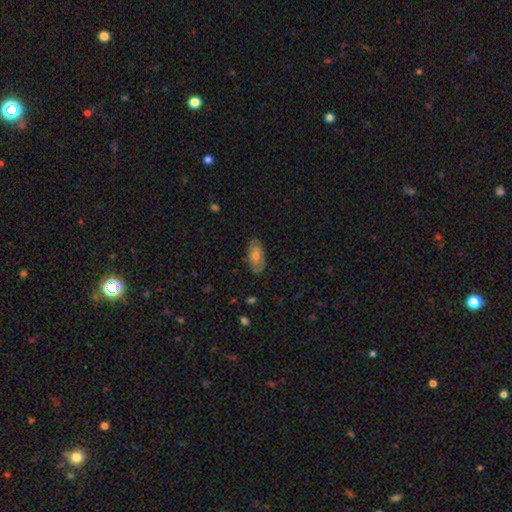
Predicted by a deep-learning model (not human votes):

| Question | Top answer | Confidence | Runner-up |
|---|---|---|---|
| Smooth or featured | smooth | 55% | featured or disk (38%) |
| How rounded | in between | 92% | cigar-shaped (5%) |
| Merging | none | 82% | minor disturbance (14%) |